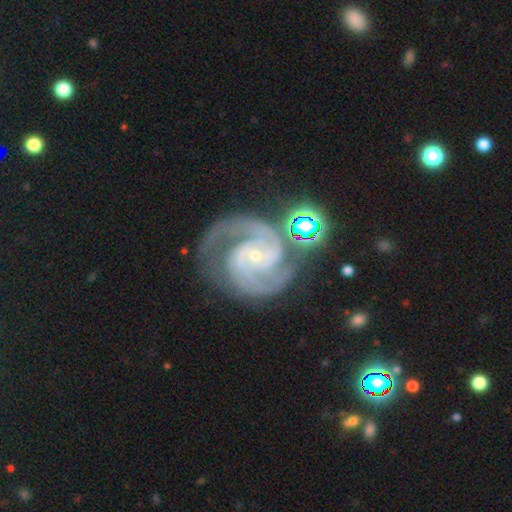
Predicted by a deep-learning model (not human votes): Smooth or featured: featured or disk — 93% (star or artifact — 5%)
Edge-on disk: no — 98% (yes — 2%)
Bar: no — 61% (weak — 28%)
Spiral arms: yes — 99% (no — 1%)
Spiral winding: tight — 56% (medium — 39%)
Spiral arm count: 2 — 60% (3 — 23%)
Bulge size: small — 80% (moderate — 16%)
Merging: none — 67% (minor disturbance — 18%)